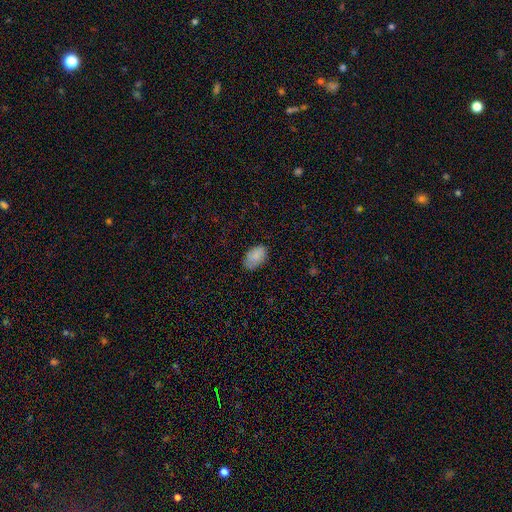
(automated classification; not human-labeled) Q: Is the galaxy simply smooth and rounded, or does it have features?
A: smooth — 86%.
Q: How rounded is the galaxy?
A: in between — 92%.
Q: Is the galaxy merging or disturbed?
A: none — 79%.